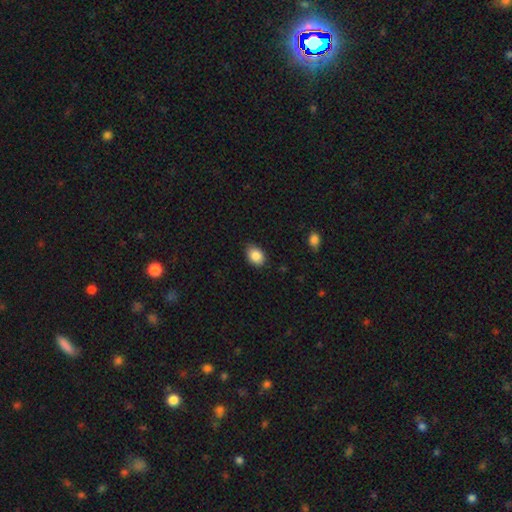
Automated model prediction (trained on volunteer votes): A smooth galaxy with no disk features (87%) that is in between round and cigar-shaped (72%).

Vote fractions:
- Smooth or featured? smooth: 87% / star or artifact: 8% / featured or disk: 5%
- How rounded? in between: 72% / round: 27% / cigar-shaped: 1%
- Merging? none: 82% / minor disturbance: 14% / major disturbance: 2% / merger: 1%